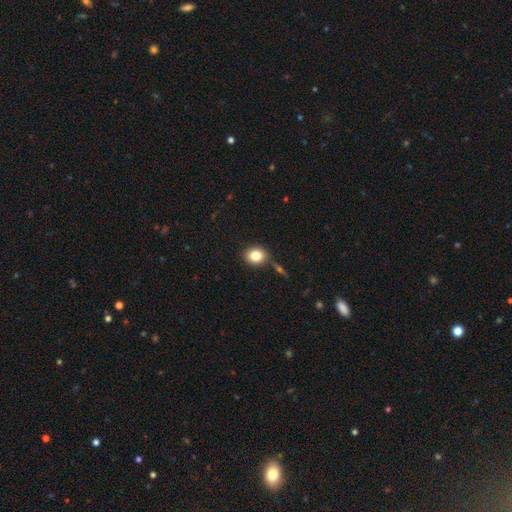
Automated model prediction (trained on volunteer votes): A smooth galaxy with no disk features (82%) that is round (61%). Merging: none (77%).